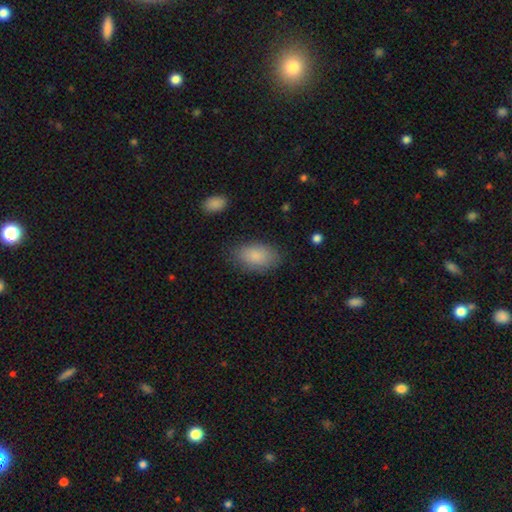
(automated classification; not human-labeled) Overall: smooth (86%). How rounded: in between (92%). Merging: none (80%).